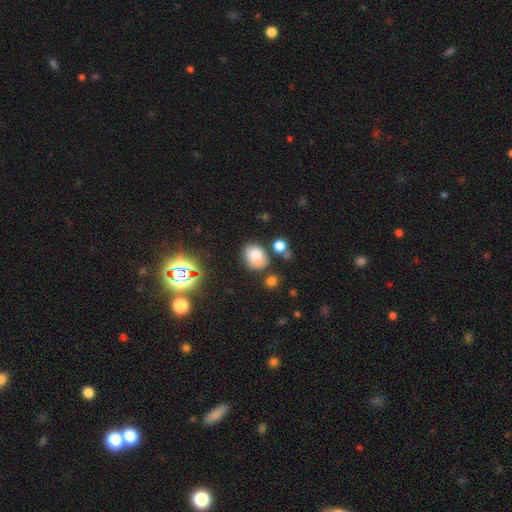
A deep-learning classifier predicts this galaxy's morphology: smooth_or_featured: smooth (p=0.77) [alt: star or artifact p=0.13]
how_rounded: in between (p=0.64) [alt: round p=0.34]
merging: none (p=0.70) [alt: minor disturbance p=0.16]